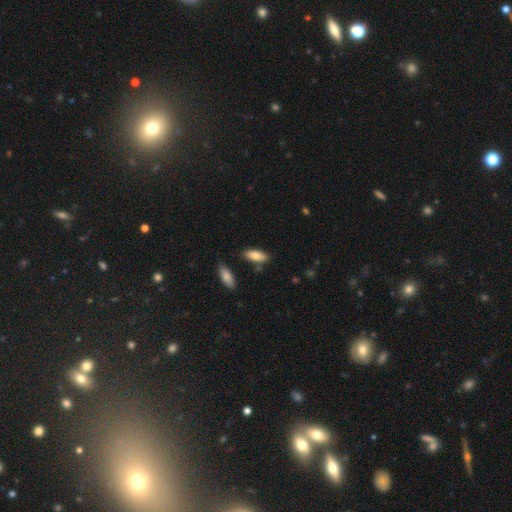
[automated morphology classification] smooth 81%, featured or disk 13%, star or artifact 6%. Down the decision tree: how rounded — in between (75%); merging — none (77%).